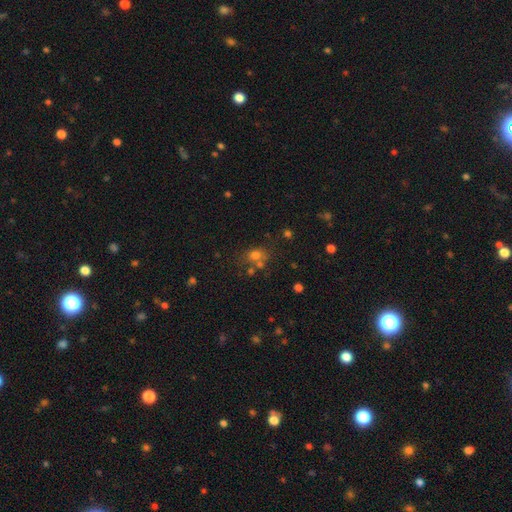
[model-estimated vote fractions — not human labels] The model was most divided on "how rounded": round: 56%, in between: 42%, cigar-shaped: 1%. More confident: smooth or featured — smooth (67%); merging — none (54%).